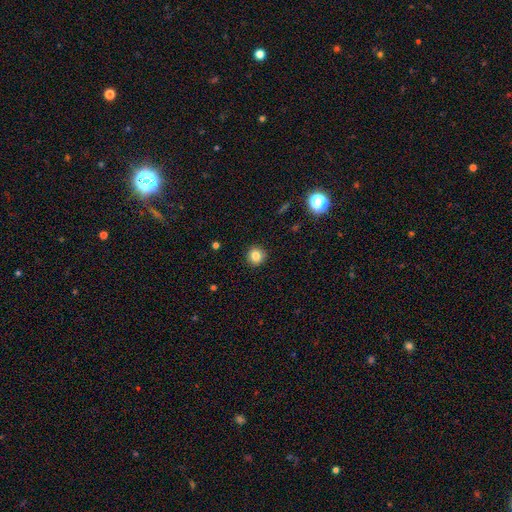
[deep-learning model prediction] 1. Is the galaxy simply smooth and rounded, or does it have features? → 83% smooth, 11% star or artifact, 6% featured or disk.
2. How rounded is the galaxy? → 89% round, 10% in between, 1% cigar-shaped.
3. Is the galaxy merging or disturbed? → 91% none, 6% minor disturbance, 2% major disturbance, 1% merger.